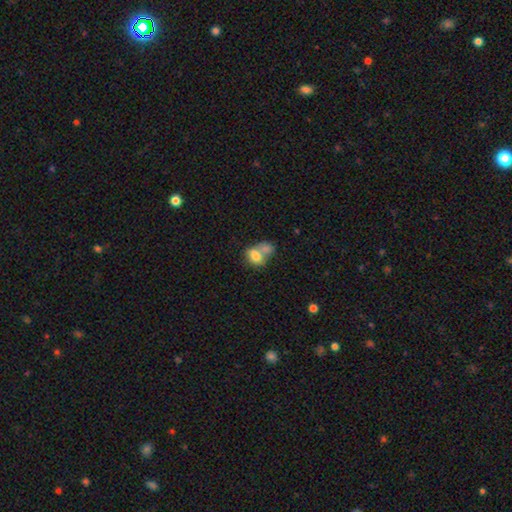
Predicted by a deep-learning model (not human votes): This is likely a smooth galaxy (76%). How rounded: likely in between (68%). Merging: likely merger (64%).